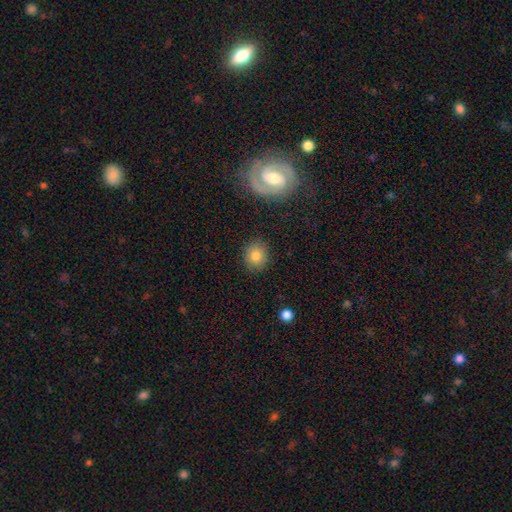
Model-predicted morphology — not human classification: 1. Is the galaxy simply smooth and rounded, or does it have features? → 82% smooth, 10% star or artifact, 8% featured or disk.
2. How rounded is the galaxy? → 75% round, 24% in between, 1% cigar-shaped.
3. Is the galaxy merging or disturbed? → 87% none, 9% minor disturbance, 2% major disturbance, 2% merger.